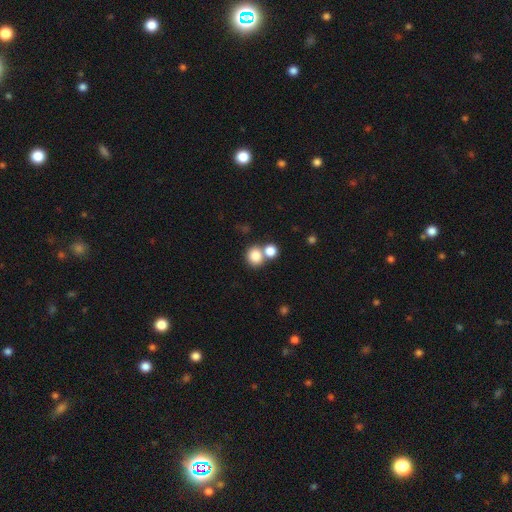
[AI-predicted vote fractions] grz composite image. It shows a smooth galaxy with no disk features (82%) that is round (79%). Merging: none (50%).